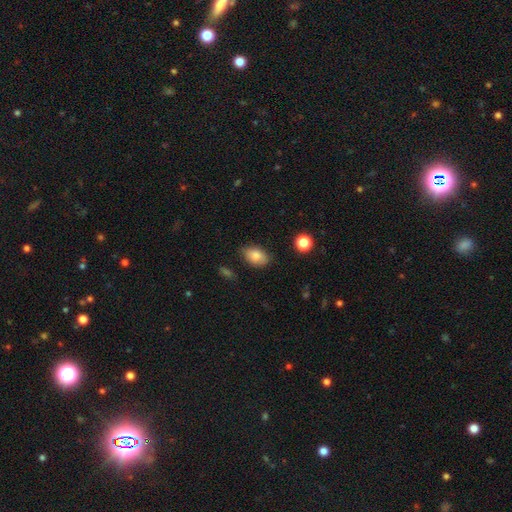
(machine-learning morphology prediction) This is clearly a smooth galaxy (83%). How rounded: clearly in between (85%). Merging: likely none (75%).